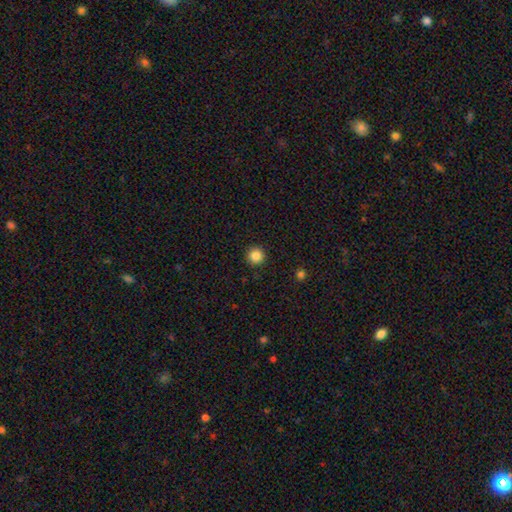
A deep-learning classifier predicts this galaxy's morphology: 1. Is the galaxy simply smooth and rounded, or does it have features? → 85% smooth, 11% star or artifact, 4% featured or disk.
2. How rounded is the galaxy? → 96% round, 3% in between, 1% cigar-shaped.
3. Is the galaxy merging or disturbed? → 93% none, 4% minor disturbance, 2% major disturbance, 1% merger.